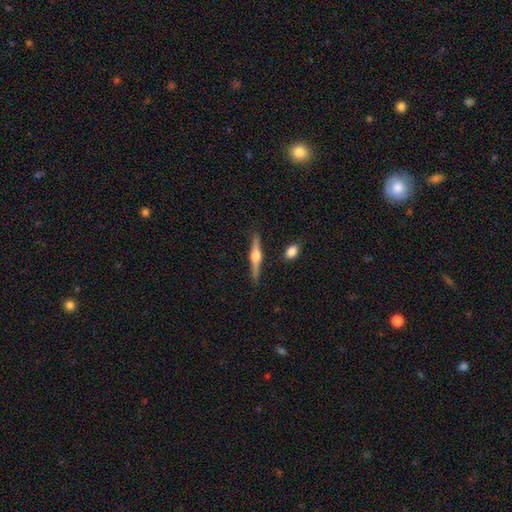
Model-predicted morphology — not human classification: type=featured or disk (75%); edge-on=yes (98%); edge-on bulge=rounded (92%); merging=none (86%).